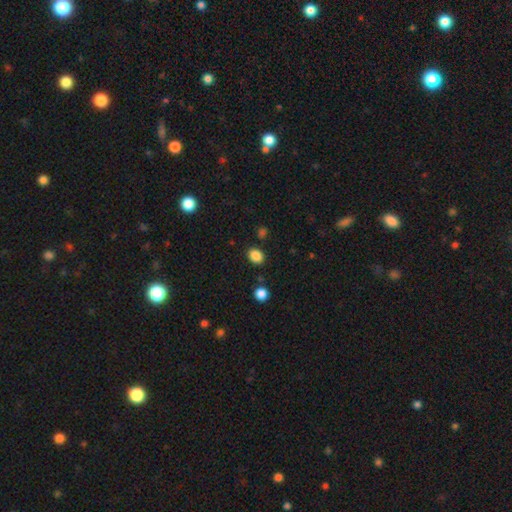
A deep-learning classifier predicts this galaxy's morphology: Overall: smooth (86%). How rounded: in between (56%; round 43%). Merging: none (85%).